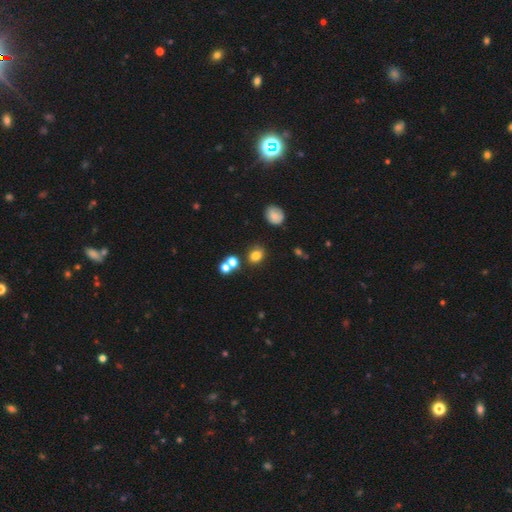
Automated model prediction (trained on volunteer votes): The model was most divided on "how rounded": in between: 52%, round: 46%, cigar-shaped: 1%. More confident: smooth or featured — smooth (76%); merging — none (69%).